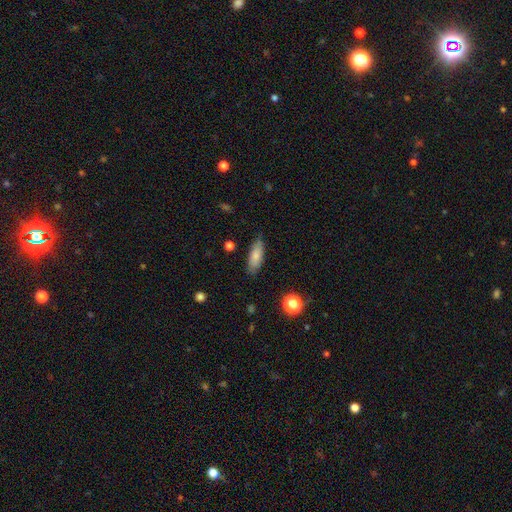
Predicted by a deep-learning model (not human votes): A smooth galaxy with no disk features (79%) that is in between round and cigar-shaped (67%).

Vote fractions:
- Smooth or featured? smooth: 79% / featured or disk: 14% / star or artifact: 7%
- How rounded? in between: 67% / cigar-shaped: 30% / round: 2%
- Merging? none: 79% / minor disturbance: 16% / major disturbance: 3% / merger: 2%